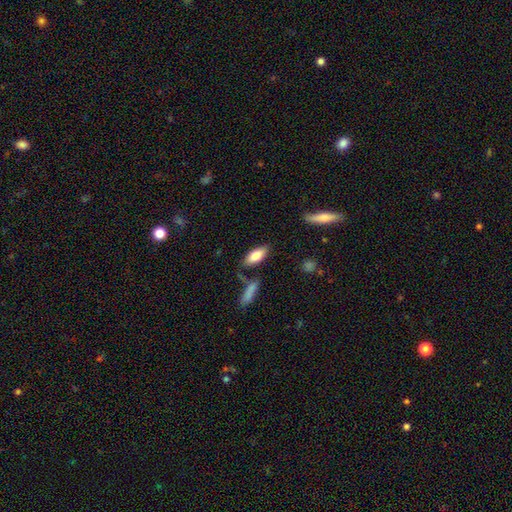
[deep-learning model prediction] Q: Smooth or featured?
A: smooth (81%); runner-up: featured or disk (13%)
Q: How rounded?
A: in between (83%); runner-up: cigar-shaped (15%)
Q: Merging?
A: none (77%); runner-up: minor disturbance (13%)